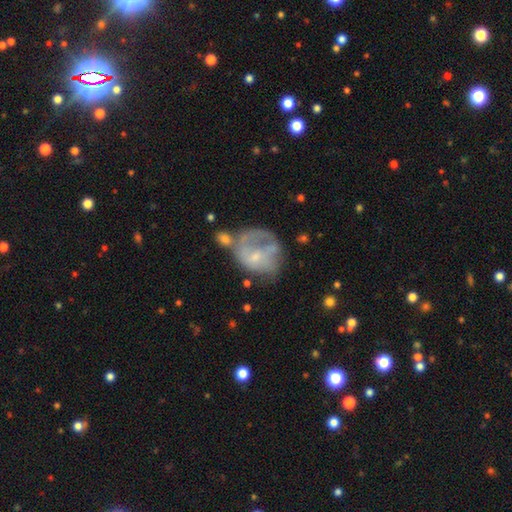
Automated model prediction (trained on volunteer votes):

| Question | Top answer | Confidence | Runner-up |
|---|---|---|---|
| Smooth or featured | featured or disk | 55% | smooth (36%) |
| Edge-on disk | no | 97% | yes (3%) |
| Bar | no | 67% | weak (28%) |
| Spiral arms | no | 55% | yes (45%) |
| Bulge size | small | 57% | moderate (25%) |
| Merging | major disturbance | 33% | none (30%) |